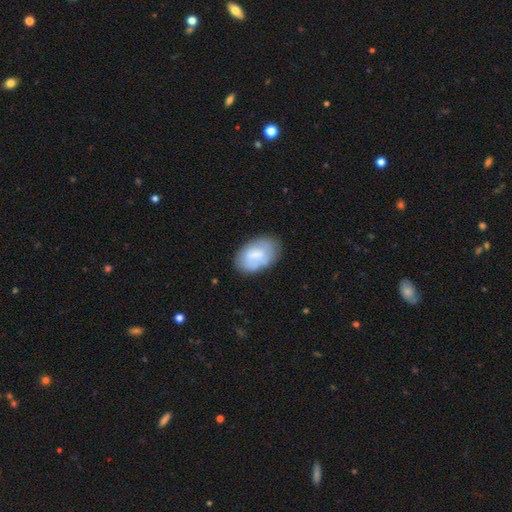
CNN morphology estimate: smooth-or-featured: smooth: 69% | featured or disk: 24% | star or artifact: 7%
  how-rounded: in between: 92% | round: 6% | cigar-shaped: 1%
  merging: none: 71% | minor disturbance: 21% | major disturbance: 6% | merger: 2%